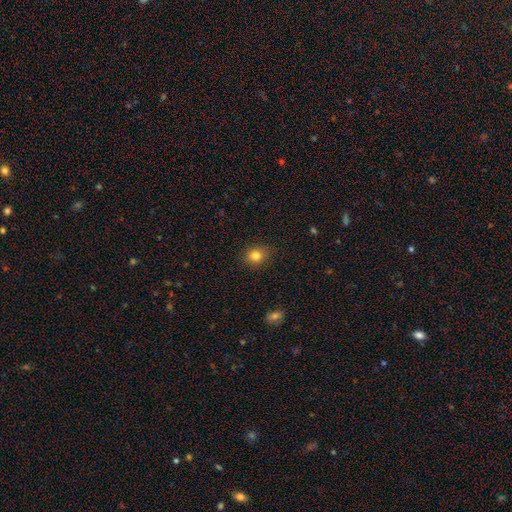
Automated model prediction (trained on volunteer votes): smooth_or_featured: smooth (p=0.82) [alt: star or artifact p=0.12]
how_rounded: round (p=0.72) [alt: in between p=0.27]
merging: none (p=0.87) [alt: minor disturbance p=0.09]